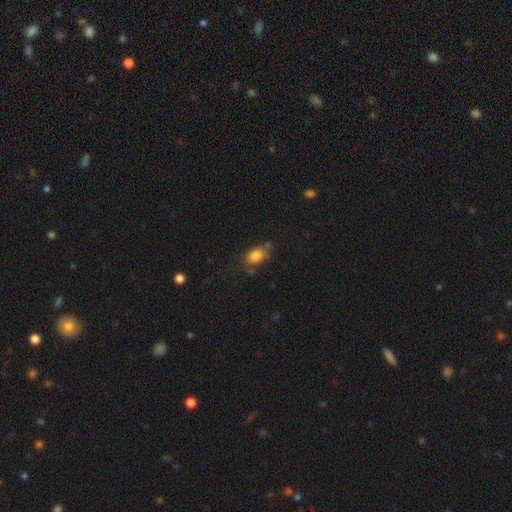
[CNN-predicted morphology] A smooth galaxy with no disk features (82%) that is in between round and cigar-shaped (79%).

Vote fractions:
- Smooth or featured? smooth: 82% / star or artifact: 10% / featured or disk: 8%
- How rounded? in between: 79% / round: 18% / cigar-shaped: 3%
- Merging? none: 62% / minor disturbance: 22% / merger: 10% / major disturbance: 7%